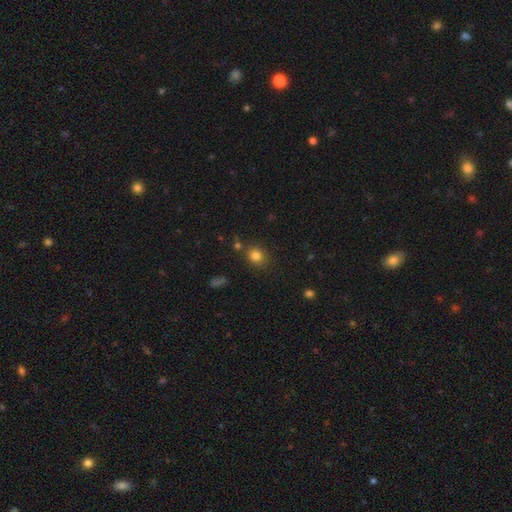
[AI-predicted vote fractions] Overall: smooth (81%). How rounded: round (72%). Merging: none (78%).